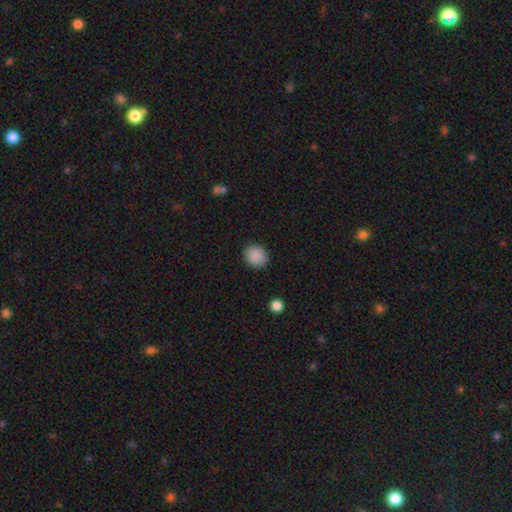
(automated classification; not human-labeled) smooth 89%, star or artifact 8%, featured or disk 3%. Down the decision tree: how rounded — round (79%); merging — none (90%).